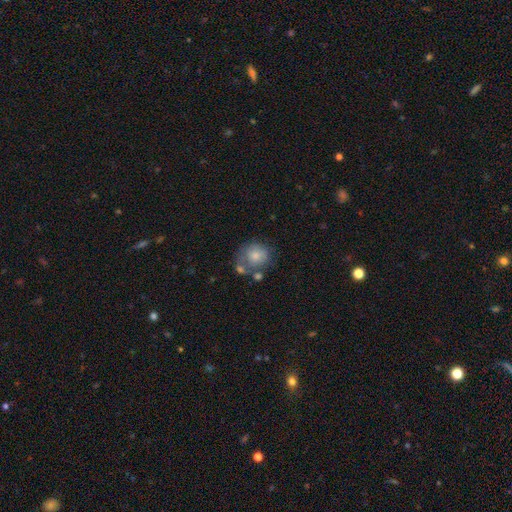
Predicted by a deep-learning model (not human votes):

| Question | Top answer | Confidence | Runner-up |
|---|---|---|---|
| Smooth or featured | smooth | 71% | featured or disk (21%) |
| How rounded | round | 76% | in between (23%) |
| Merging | none | 43% | minor disturbance (23%) |